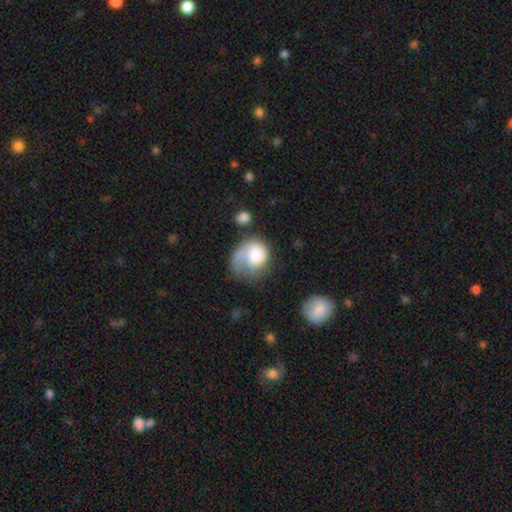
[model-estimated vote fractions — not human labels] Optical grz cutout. It shows a smooth galaxy with no disk features (58%) that is round (60%). Merging: major disturbance (41%).